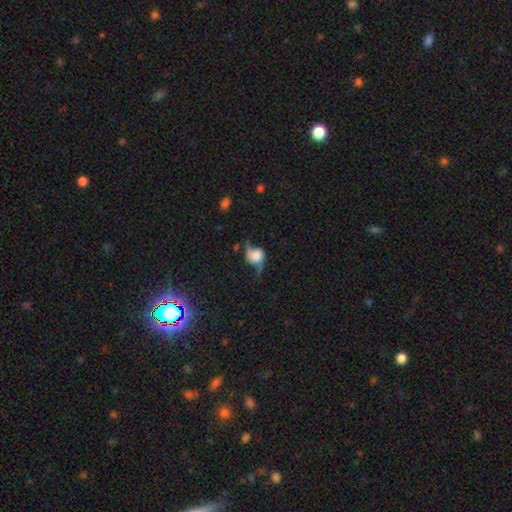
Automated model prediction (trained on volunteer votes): Smooth or featured? Predicted: featured or disk (p=0.64). Edge-on disk? Predicted: no (p=0.90). Bar? Predicted: no (p=0.73). Spiral arms? Predicted: yes (p=0.90). Spiral winding? Predicted: loose (p=0.81). Spiral arm count? Predicted: 2 (p=0.89). Bulge size? Predicted: large (p=0.40). Merging? Predicted: none (p=0.55).